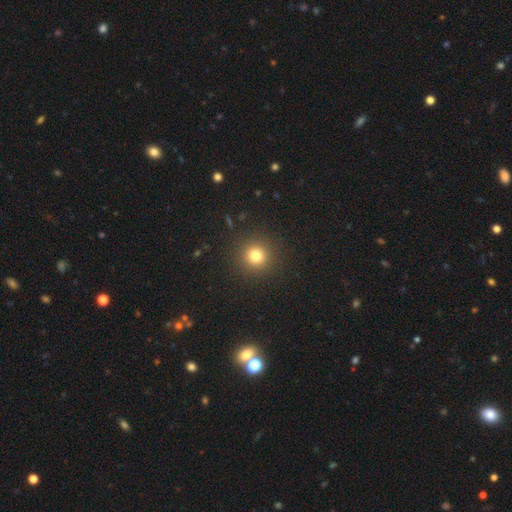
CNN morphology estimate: Smooth or featured? Predicted: smooth (p=0.78). How rounded? Predicted: round (p=0.94). Merging? Predicted: none (p=0.91).